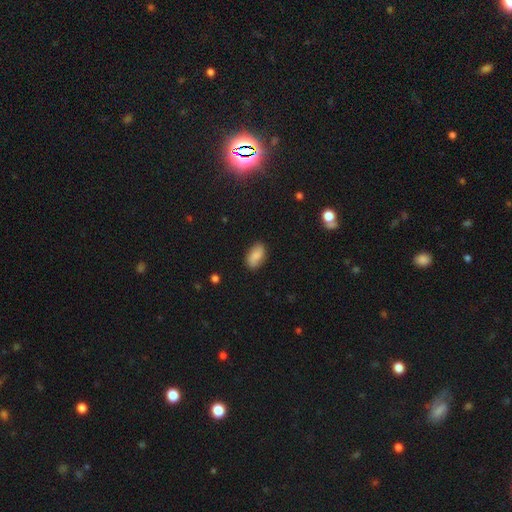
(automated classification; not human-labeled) Smooth or featured? smooth (81%)
How rounded? in between (93%)
Merging? none (83%)